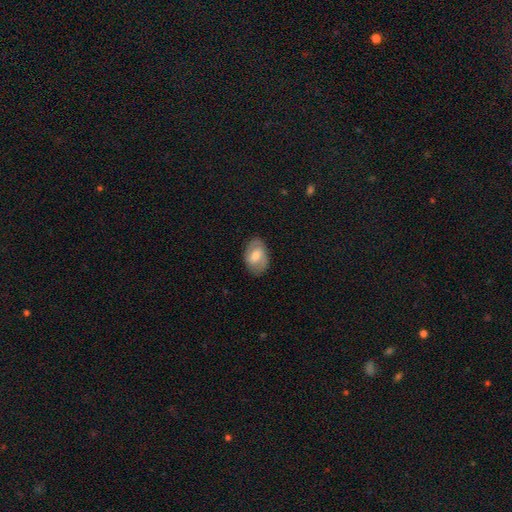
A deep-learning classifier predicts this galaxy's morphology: Smooth or featured?
  - featured or disk: 50% *
  - smooth: 43%
  - star or artifact: 7%
Edge-on disk?
  - no: 95% *
  - yes: 5%
Merging?
  - none: 80% *
  - minor disturbance: 14%
  - major disturbance: 4%
  - merger: 1%